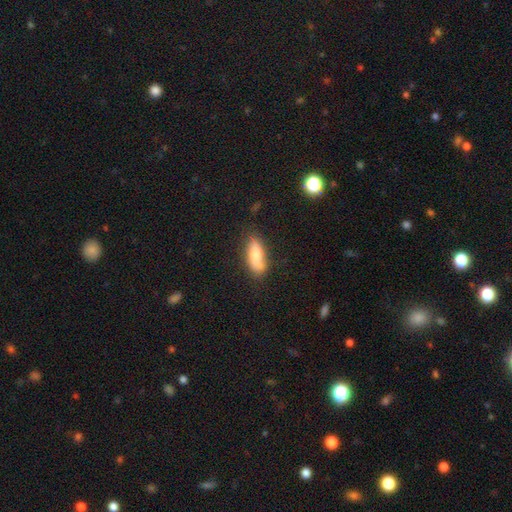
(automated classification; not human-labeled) The model was most divided on "merging": none: 70%, minor disturbance: 22%, major disturbance: 5%, merger: 3%. More confident: smooth or featured — smooth (75%); how rounded — in between (73%).